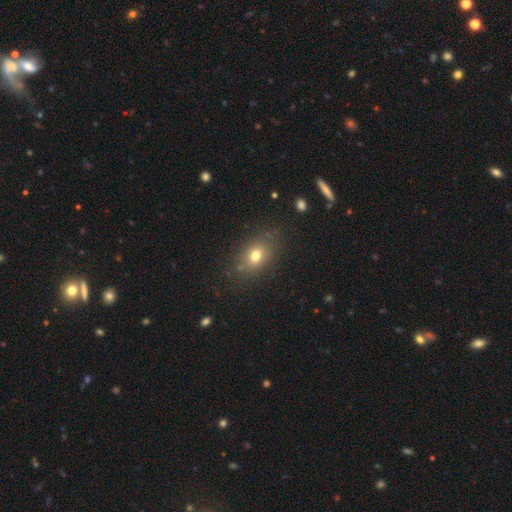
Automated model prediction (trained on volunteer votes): A smooth galaxy with no disk features (75%) that is in between round and cigar-shaped (65%).

Vote fractions:
- Smooth or featured? smooth: 75% / star or artifact: 13% / featured or disk: 12%
- How rounded? in between: 65% / round: 33% / cigar-shaped: 2%
- Merging? none: 79% / minor disturbance: 14% / major disturbance: 5% / merger: 2%